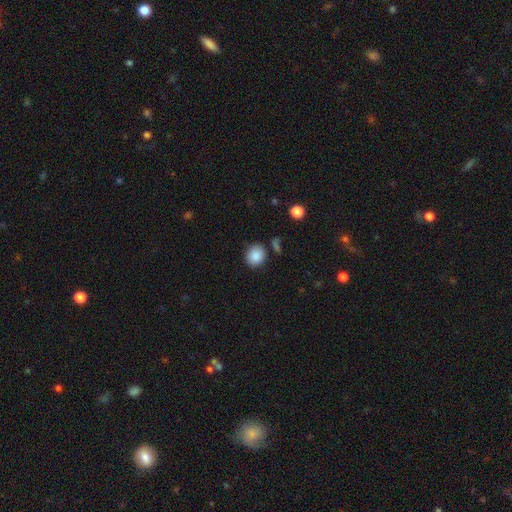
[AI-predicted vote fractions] smooth_or_featured: smooth (p=0.87) [alt: star or artifact p=0.09]
how_rounded: round (p=0.76) [alt: in between p=0.23]
merging: none (p=0.81) [alt: minor disturbance p=0.11]